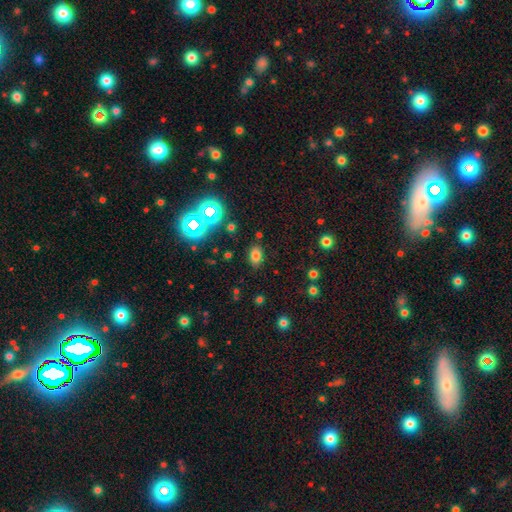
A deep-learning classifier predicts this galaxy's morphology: The model was most divided on "smooth or featured": smooth: 73%, star or artifact: 20%, featured or disk: 7%. More confident: merging — none (85%); how rounded — in between (81%).